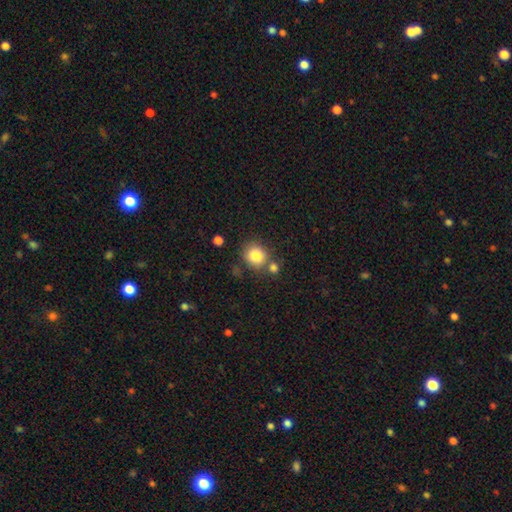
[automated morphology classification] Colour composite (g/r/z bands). It shows a smooth galaxy with no disk features (83%) that is round (80%). Merging: none (66%).